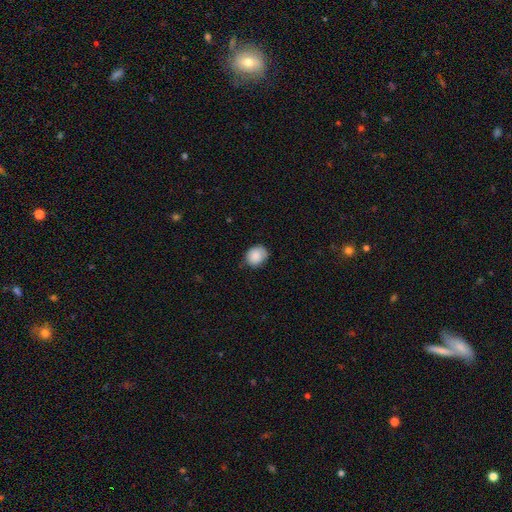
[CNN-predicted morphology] This is clearly a smooth galaxy (87%). How rounded: likely round (65%). Merging: likely none (70%).